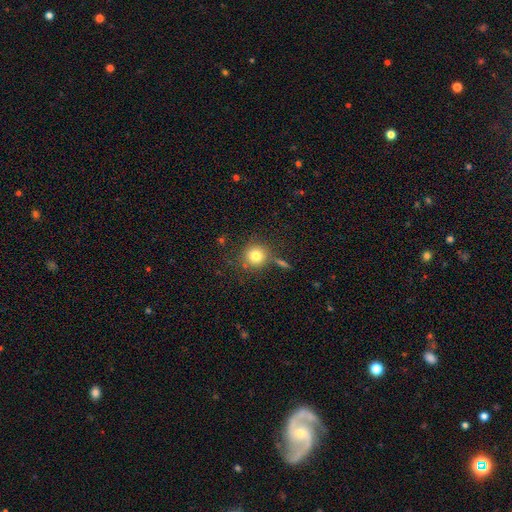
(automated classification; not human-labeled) Overall: smooth (79%). How rounded: round (93%). Merging: none (76%).